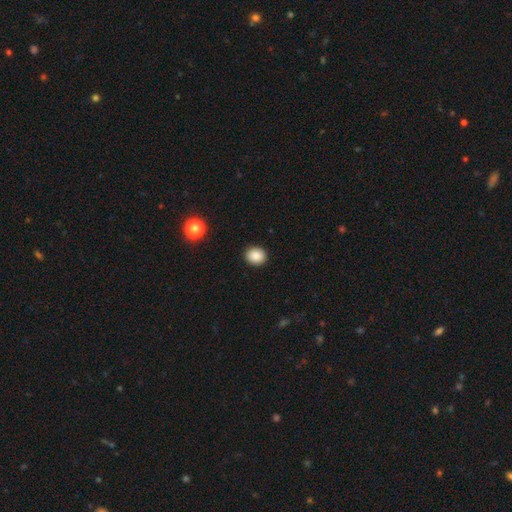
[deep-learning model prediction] The model was most divided on "how rounded": round: 67%, in between: 32%, cigar-shaped: 1%. More confident: merging — none (91%); smooth or featured — smooth (87%).